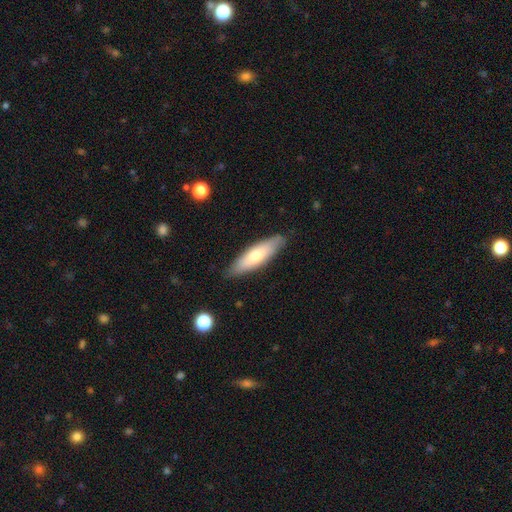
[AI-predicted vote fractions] Overall: smooth (64%; featured or disk 30%). How rounded: cigar-shaped (58%; in between 41%). Merging: none (86%).